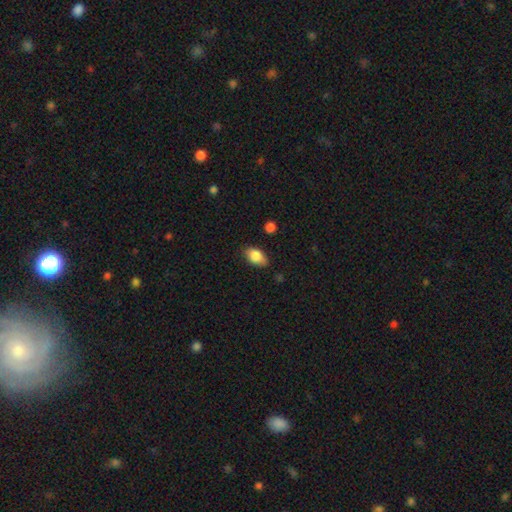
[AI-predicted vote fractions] Q: Smooth or featured?
A: smooth (84%); runner-up: featured or disk (9%)
Q: How rounded?
A: in between (90%); runner-up: round (8%)
Q: Merging?
A: none (80%); runner-up: minor disturbance (15%)